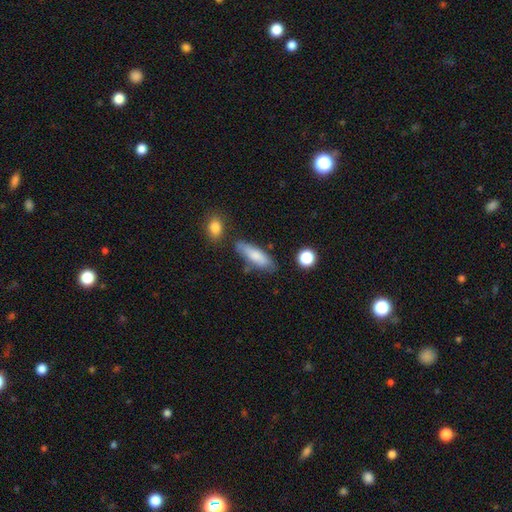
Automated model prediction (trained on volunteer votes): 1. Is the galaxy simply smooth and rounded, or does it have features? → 76% smooth, 18% featured or disk, 7% star or artifact.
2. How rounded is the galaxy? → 49% in between (tied), 49% cigar-shaped (tied), 2% round.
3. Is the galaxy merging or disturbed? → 69% none, 19% minor disturbance, 7% merger, 5% major disturbance.